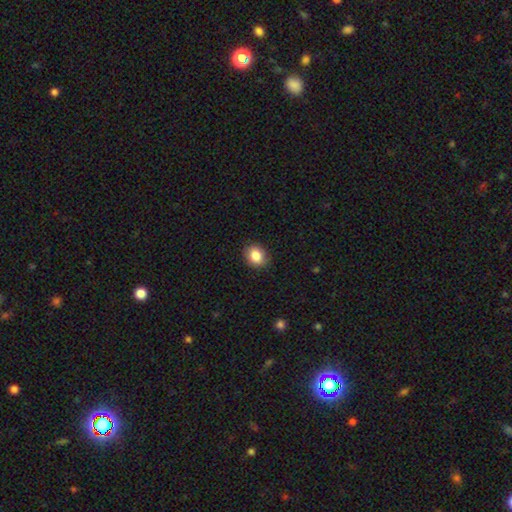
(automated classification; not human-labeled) Smooth or featured? smooth (86%)
How rounded? round (52%)
Merging? none (87%)